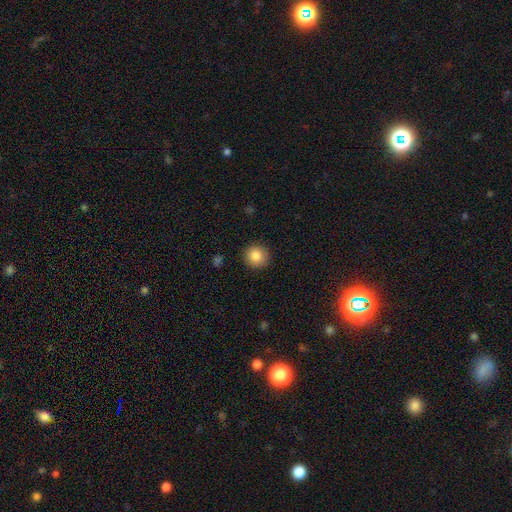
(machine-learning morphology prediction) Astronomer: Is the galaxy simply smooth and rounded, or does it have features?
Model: smooth — 86%.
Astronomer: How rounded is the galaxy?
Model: round — 93%.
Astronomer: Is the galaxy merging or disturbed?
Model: none — 91%.